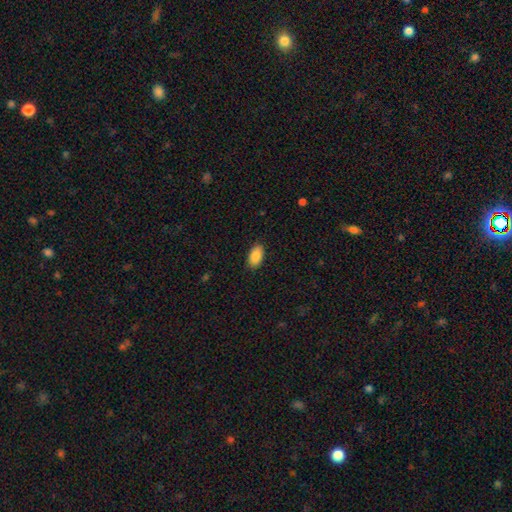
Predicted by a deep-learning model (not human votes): smooth 88%, star or artifact 7%, featured or disk 5%. Down the decision tree: how rounded — in between (94%); merging — none (88%).